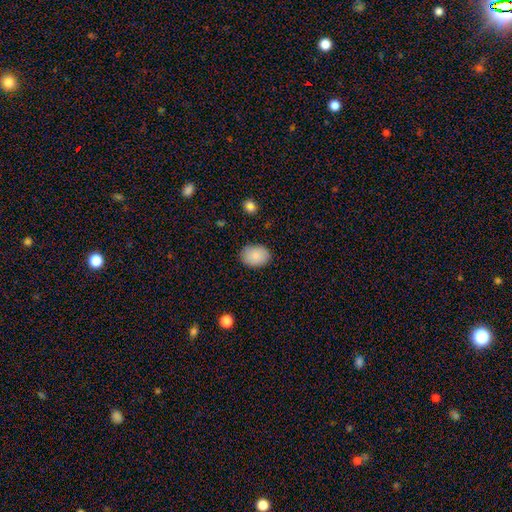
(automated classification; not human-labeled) Q: Smooth or featured?
A: smooth (87%); runner-up: star or artifact (7%)
Q: How rounded?
A: in between (71%); runner-up: round (28%)
Q: Merging?
A: none (85%); runner-up: minor disturbance (11%)